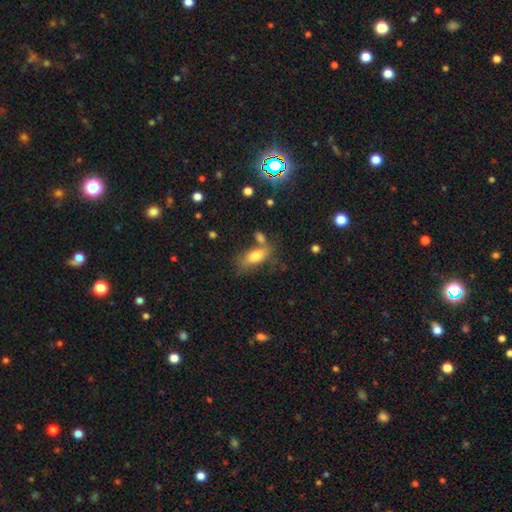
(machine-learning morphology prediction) This appears to be a smooth galaxy with no disk features (77%) that is in between round and cigar-shaped (84%). Merging: none (55%).